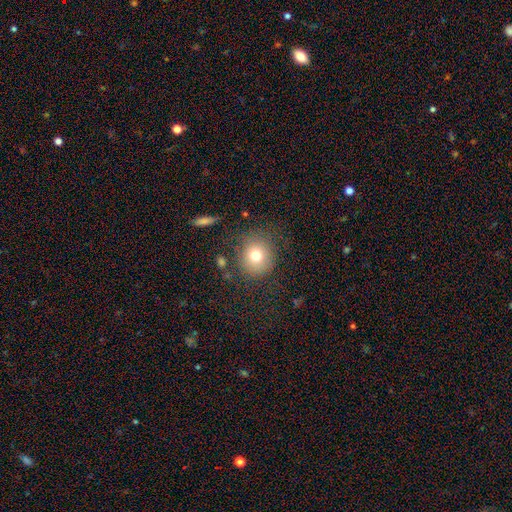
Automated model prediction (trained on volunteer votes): This appears to be a smooth galaxy with no disk features (74%) that is round (87%). Merging: none (78%).